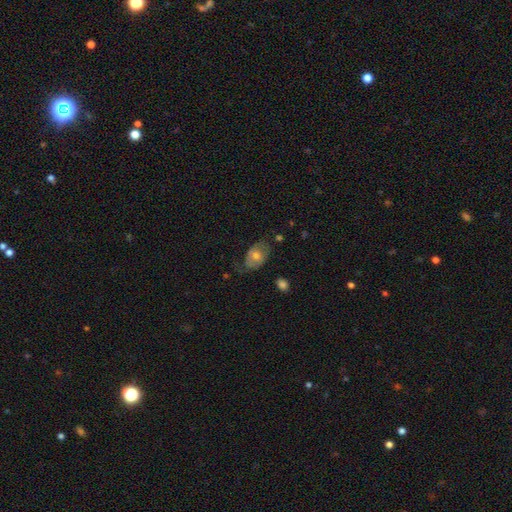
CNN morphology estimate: A smooth galaxy with no disk features (50%) that is in between round and cigar-shaped (81%). Merging: none (55%).